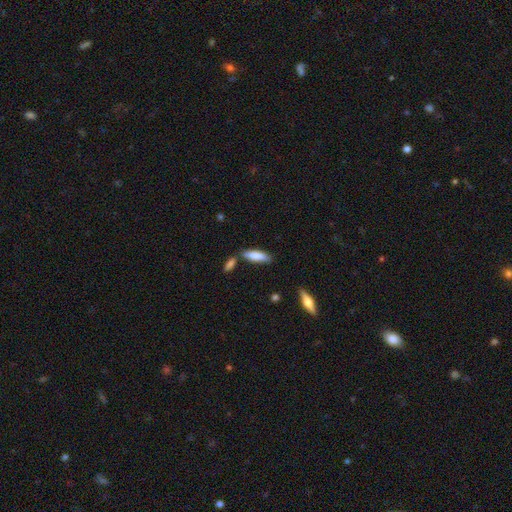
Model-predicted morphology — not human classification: smooth-or-featured: smooth: 80% | featured or disk: 14% | star or artifact: 6%
  how-rounded: cigar-shaped: 55% | in between: 43% | round: 2%
  merging: none: 68% | minor disturbance: 15% | merger: 13% | major disturbance: 3%